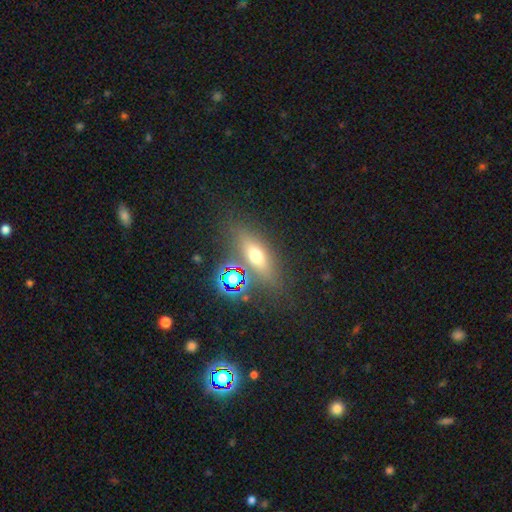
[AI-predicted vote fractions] Morphology: type=smooth (53%); roundness=in between (56%); merging=none (77%).